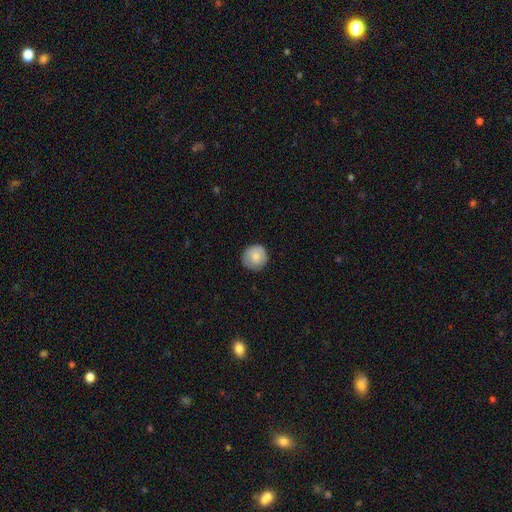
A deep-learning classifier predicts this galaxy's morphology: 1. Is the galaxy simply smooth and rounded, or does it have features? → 82% smooth, 11% featured or disk, 7% star or artifact.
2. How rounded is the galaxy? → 93% round, 6% in between, 1% cigar-shaped.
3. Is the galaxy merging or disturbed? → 84% none, 12% minor disturbance, 3% major disturbance, 1% merger.